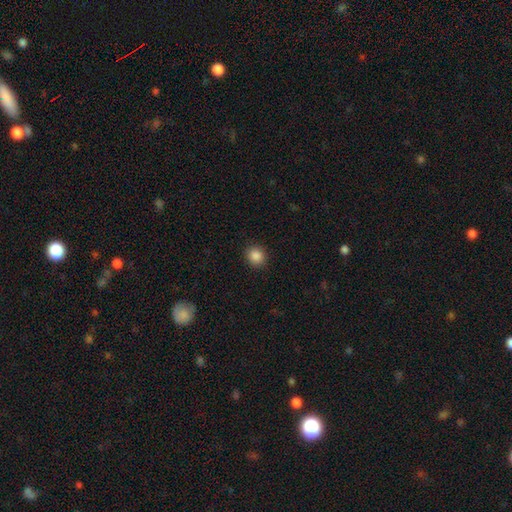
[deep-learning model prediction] Q: Smooth or featured?
A: smooth (86%); runner-up: star or artifact (10%)
Q: How rounded?
A: round (82%); runner-up: in between (17%)
Q: Merging?
A: none (91%); runner-up: minor disturbance (6%)